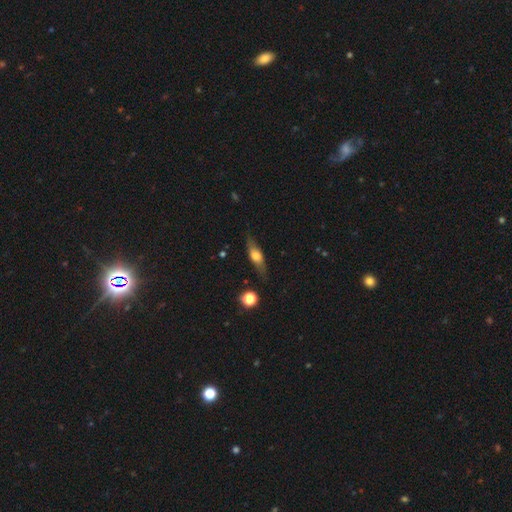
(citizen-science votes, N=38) featured or disk 58%, smooth 39%, star or artifact 3%. Down the decision tree: edge-on disk — yes (82%); edge-on bulge — rounded (94%); merging — none (76%).